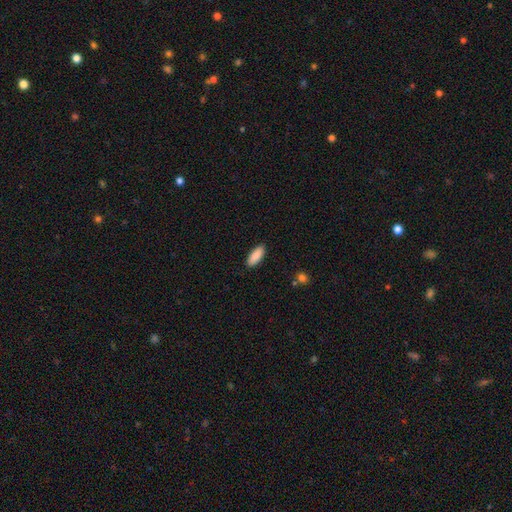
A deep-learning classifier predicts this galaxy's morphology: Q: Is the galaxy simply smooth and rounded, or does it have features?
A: smooth — 89%.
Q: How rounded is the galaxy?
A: in between — 74%.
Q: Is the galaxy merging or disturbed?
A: none — 89%.